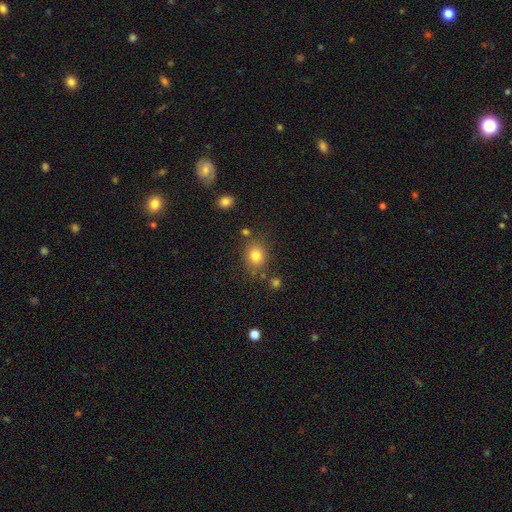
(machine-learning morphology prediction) Smooth or featured? Predicted: smooth (p=0.80). How rounded? Predicted: round (p=0.68). Merging? Predicted: none (p=0.77).